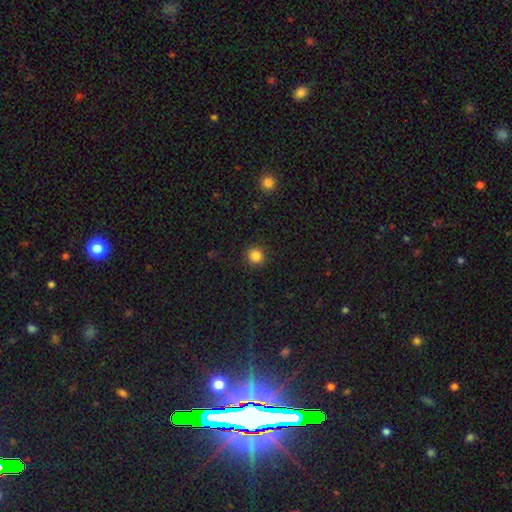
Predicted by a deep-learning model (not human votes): smooth-or-featured: smooth: 85% | star or artifact: 11% | featured or disk: 4%
  how-rounded: round: 90% | in between: 9% | cigar-shaped: 1%
  merging: none: 90% | minor disturbance: 7% | major disturbance: 2% | merger: 1%